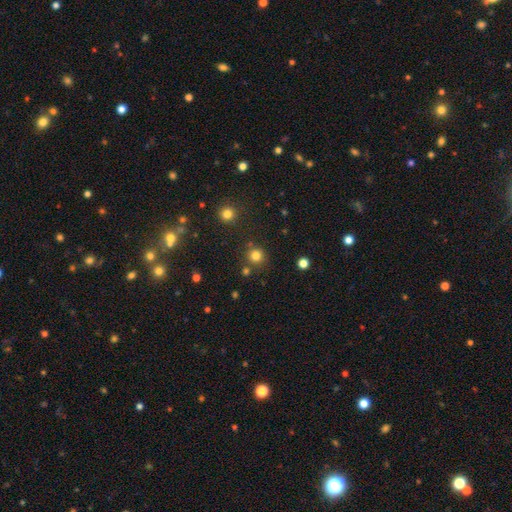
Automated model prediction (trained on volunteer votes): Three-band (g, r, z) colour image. It shows a smooth galaxy with no disk features (80%) that is round (93%). Merging: none (82%).